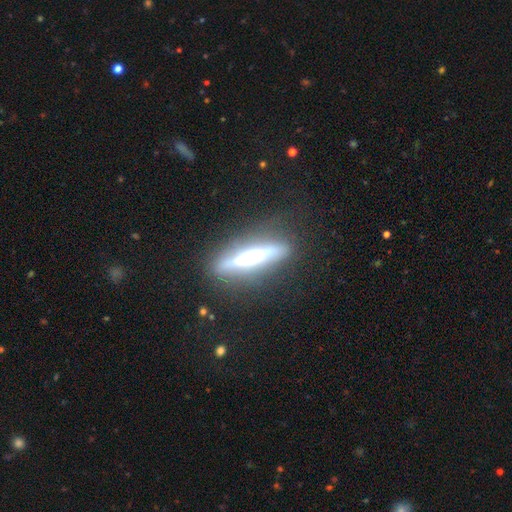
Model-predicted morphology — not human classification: Smooth or featured? featured or disk (68%)
Edge-on disk? yes (85%)
Edge-on bulge? rounded (66%)
Merging? none (76%)